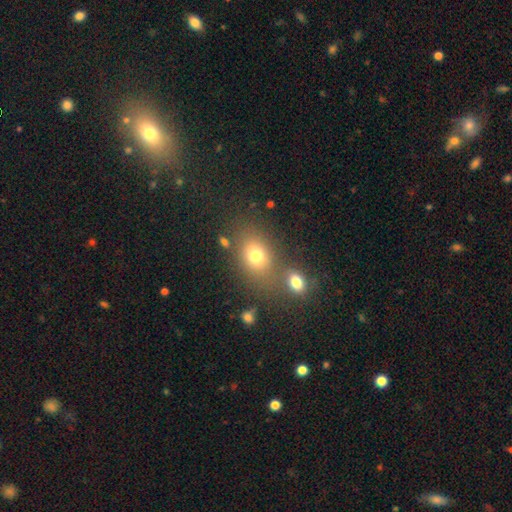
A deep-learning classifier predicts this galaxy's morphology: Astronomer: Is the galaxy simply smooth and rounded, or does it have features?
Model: smooth — 73%.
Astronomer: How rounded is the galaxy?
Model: in between — 57% (runner-up: round, 42%).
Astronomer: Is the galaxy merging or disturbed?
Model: none — 60%.